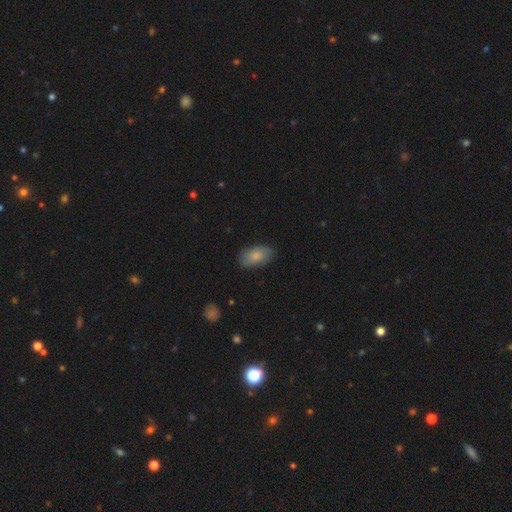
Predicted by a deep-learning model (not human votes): smooth-or-featured: smooth: 75% | featured or disk: 18% | star or artifact: 6%
  how-rounded: in between: 93% | round: 4% | cigar-shaped: 3%
  merging: none: 82% | minor disturbance: 14% | major disturbance: 3% | merger: 1%